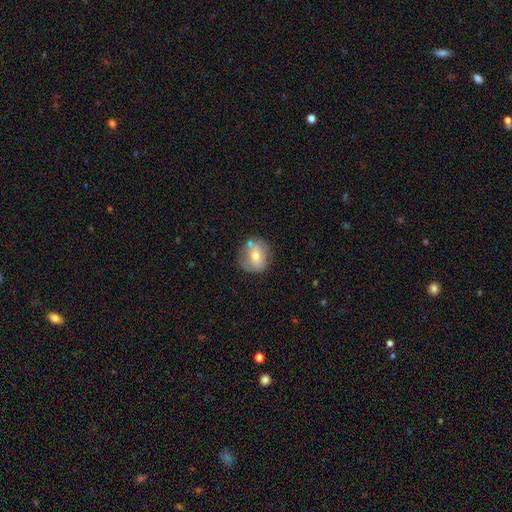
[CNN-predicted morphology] A smooth galaxy with no disk features (58%) that is round (79%).

Vote fractions:
- Smooth or featured? smooth: 58% / featured or disk: 34% / star or artifact: 8%
- How rounded? round: 79% / in between: 20% / cigar-shaped: 1%
- Merging? none: 67% / minor disturbance: 19% / merger: 9% / major disturbance: 5%